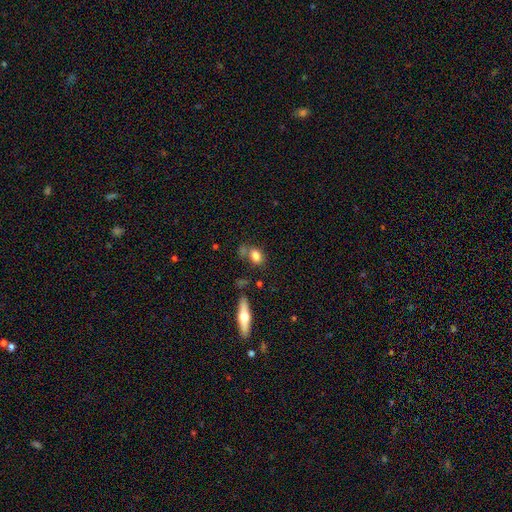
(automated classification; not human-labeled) Smooth or featured?
  - smooth: 77% *
  - featured or disk: 13%
  - star or artifact: 10%
How rounded?
  - in between: 65% *
  - round: 30%
  - cigar-shaped: 5%
Merging?
  - none: 54% *
  - minor disturbance: 19%
  - merger: 18%
  - major disturbance: 9%